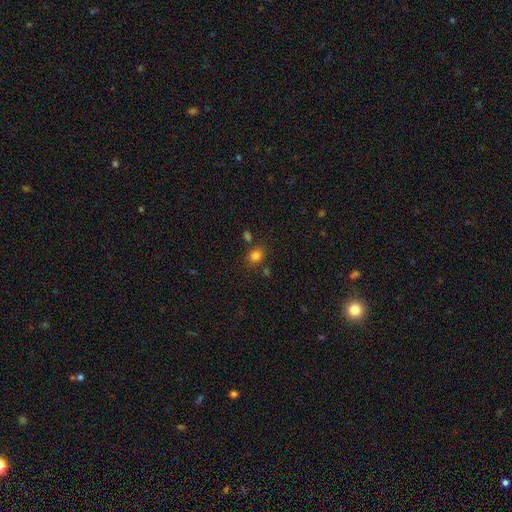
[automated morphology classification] This is clearly a smooth galaxy (81%). How rounded: likely round (66%). Merging: likely none (77%).